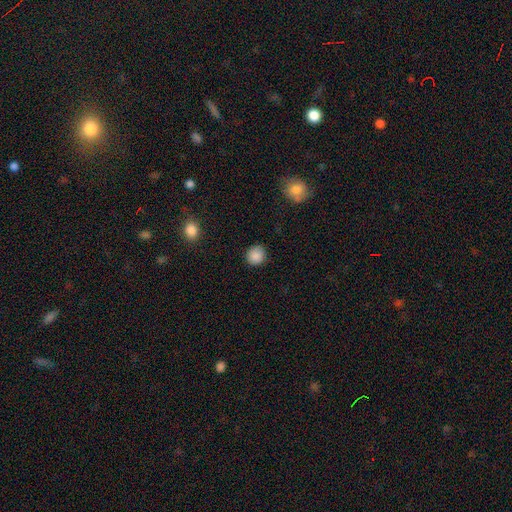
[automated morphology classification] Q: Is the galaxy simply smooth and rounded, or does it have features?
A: smooth — 88%.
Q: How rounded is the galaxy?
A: round — 88%.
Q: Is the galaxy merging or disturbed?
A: none — 88%.